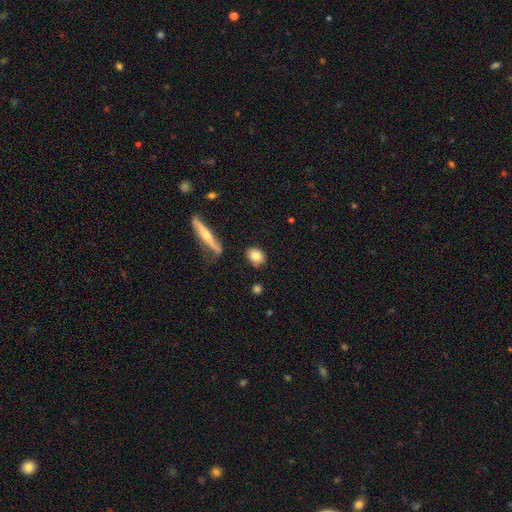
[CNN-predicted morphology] Overall: smooth (79%). How rounded: in between (54%; round 42%). Merging: none (82%).